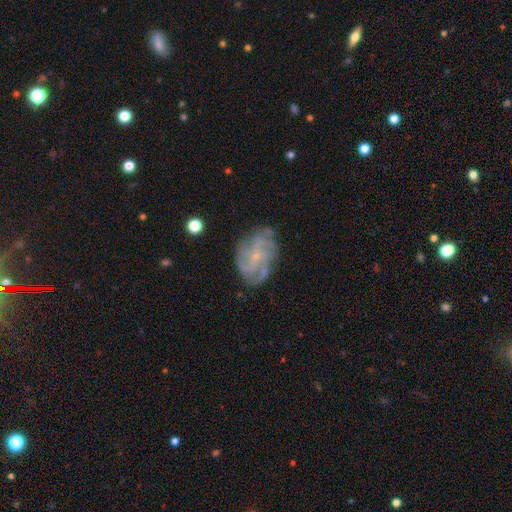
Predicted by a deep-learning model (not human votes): smooth_or_featured: featured or disk (p=0.80) [alt: smooth p=0.12]
disk_edge_on: no (p=0.97) [alt: yes p=0.03]
bar: no (p=0.74) [alt: weak p=0.23]
has_spiral_arms: yes (p=0.93) [alt: no p=0.07]
spiral_winding: tight (p=0.46) [alt: medium p=0.39]
spiral_arm_count: 4 (p=0.30) [alt: can't tell p=0.28]
bulge_size: small (p=0.80) [alt: moderate p=0.14]
merging: none (p=0.73) [alt: minor disturbance p=0.18]